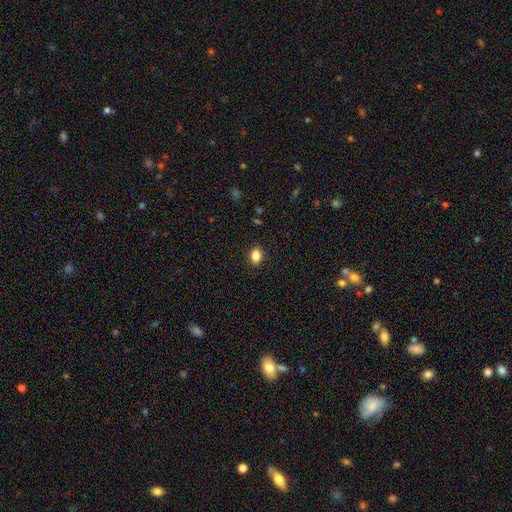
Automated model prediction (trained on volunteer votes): smooth 85%, star or artifact 10%, featured or disk 5%. Down the decision tree: how rounded — in between (76%); merging — none (89%).